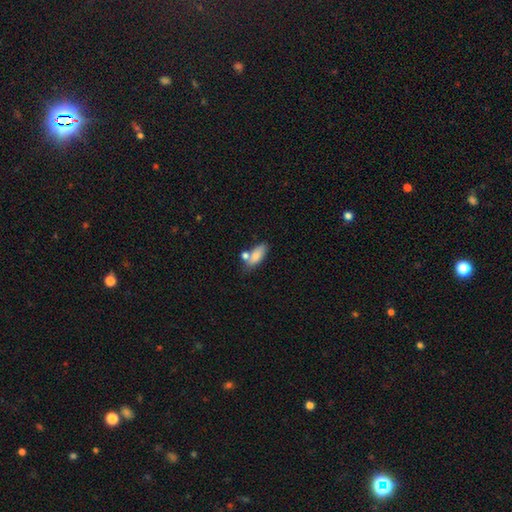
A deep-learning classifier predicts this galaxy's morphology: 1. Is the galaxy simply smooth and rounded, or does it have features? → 80% smooth, 13% featured or disk, 7% star or artifact.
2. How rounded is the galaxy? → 80% in between, 16% cigar-shaped, 4% round.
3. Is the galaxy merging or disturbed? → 54% none, 25% merger, 17% minor disturbance, 5% major disturbance.